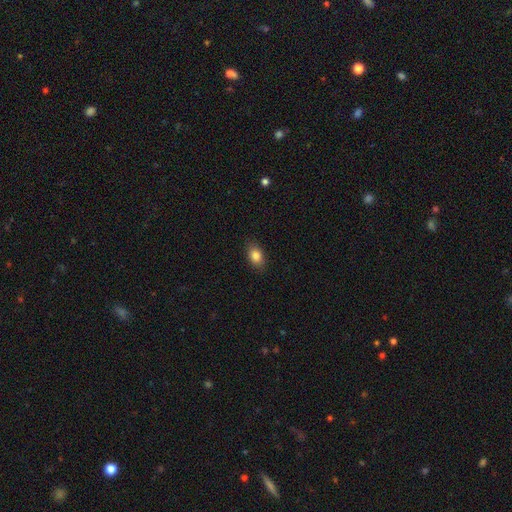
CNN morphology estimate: This appears to be a smooth galaxy with no disk features (84%) that is in between round and cigar-shaped (82%). Merging: none (87%).